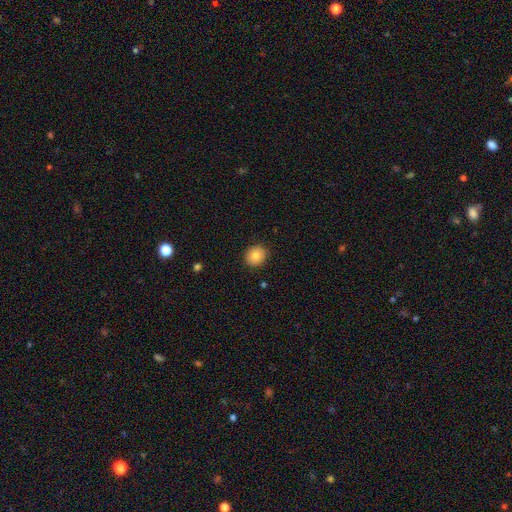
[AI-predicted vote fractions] smooth-or-featured: smooth: 84% | star or artifact: 9% | featured or disk: 7%
  how-rounded: round: 78% | in between: 21% | cigar-shaped: 1%
  merging: none: 91% | minor disturbance: 6% | major disturbance: 2% | merger: 1%